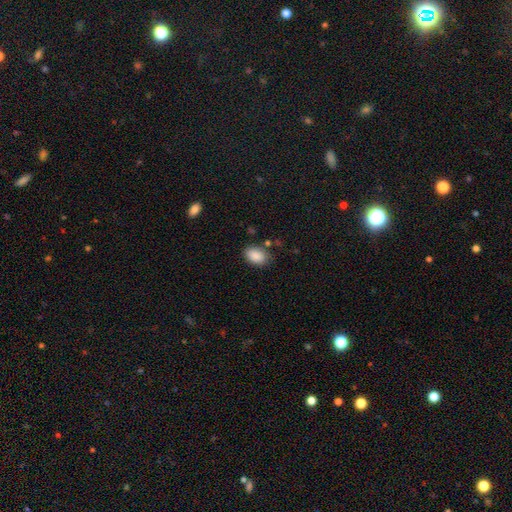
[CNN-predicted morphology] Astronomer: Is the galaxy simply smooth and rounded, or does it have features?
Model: smooth — 89%.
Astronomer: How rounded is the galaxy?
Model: in between — 87%.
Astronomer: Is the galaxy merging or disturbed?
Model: none — 75%.